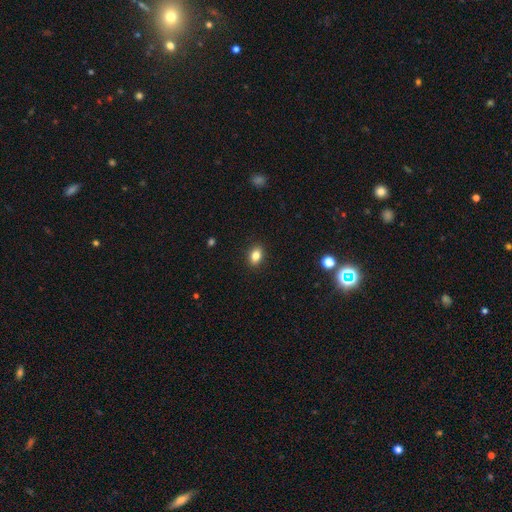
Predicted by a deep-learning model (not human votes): Q: Smooth or featured?
A: smooth (83%); runner-up: star or artifact (10%)
Q: How rounded?
A: in between (75%); runner-up: round (24%)
Q: Merging?
A: none (90%); runner-up: minor disturbance (7%)